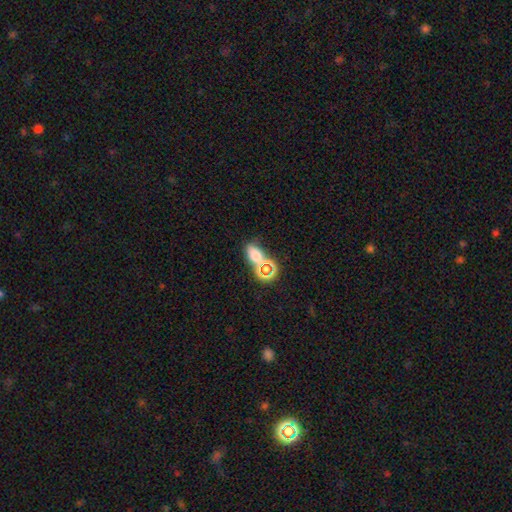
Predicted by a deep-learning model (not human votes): This is likely a smooth galaxy (63%). How rounded: likely in between (73%). Merging: possibly none (45%).